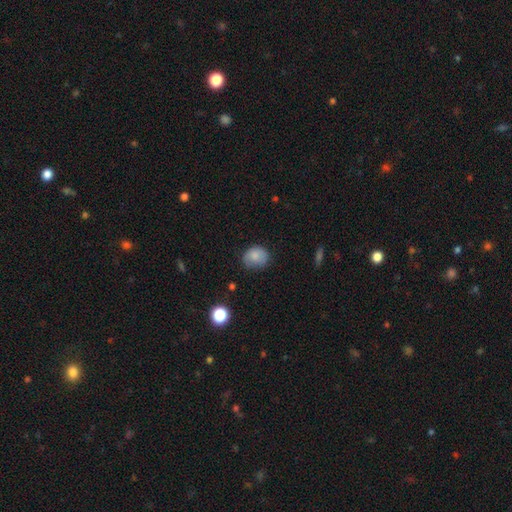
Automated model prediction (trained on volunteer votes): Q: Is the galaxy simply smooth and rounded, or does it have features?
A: smooth — 81%.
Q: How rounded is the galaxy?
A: round — 65%.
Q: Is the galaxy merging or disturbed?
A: none — 62%.